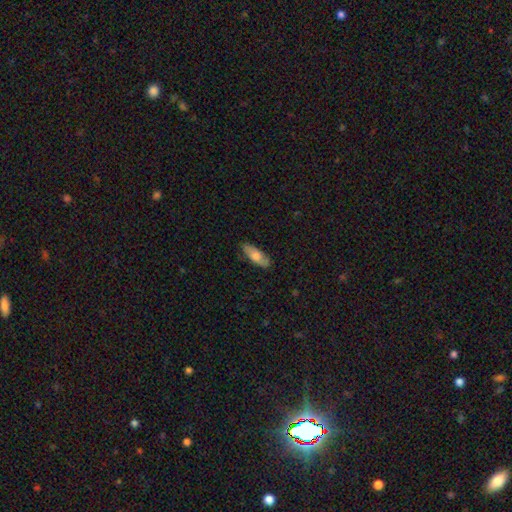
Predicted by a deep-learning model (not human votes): Morphology: type=smooth (69%); roundness=in between (69%); merging=none (83%).